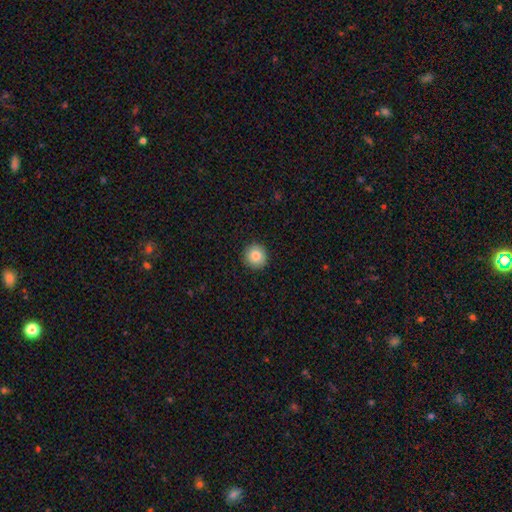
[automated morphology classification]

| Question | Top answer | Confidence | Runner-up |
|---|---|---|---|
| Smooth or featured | smooth | 86% | star or artifact (9%) |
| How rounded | round | 95% | in between (4%) |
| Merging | none | 93% | minor disturbance (5%) |